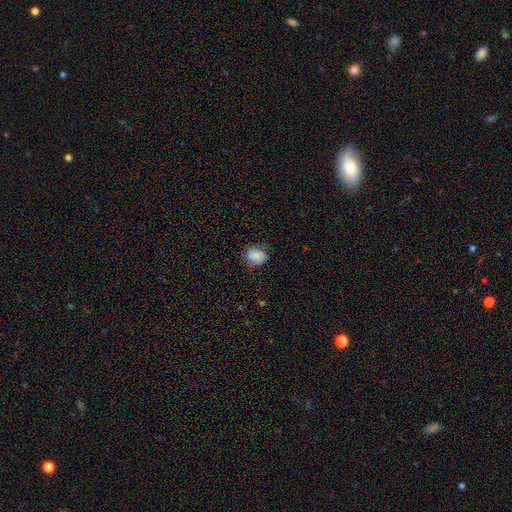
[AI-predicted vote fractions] Overall: smooth (82%). How rounded: round (50%; in between 49%). Merging: none (71%).